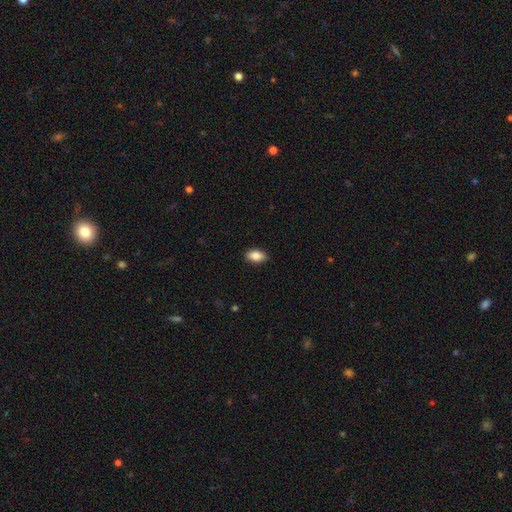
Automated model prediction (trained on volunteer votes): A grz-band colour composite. It shows a smooth galaxy with no disk features (86%) that is in between round and cigar-shaped (92%). Merging: none (88%).